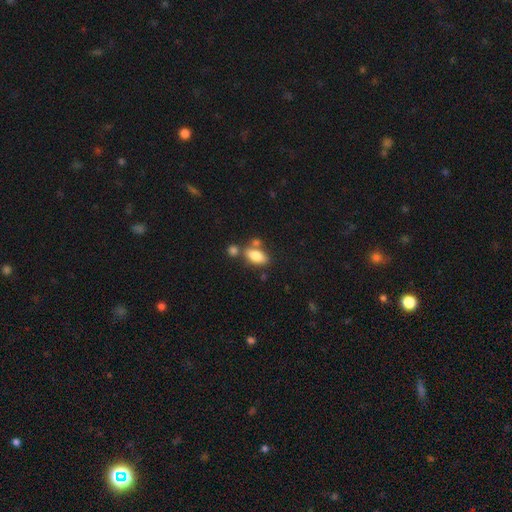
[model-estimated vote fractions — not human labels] Smooth or featured: smooth — 81% (featured or disk — 11%)
How rounded: in between — 86% (cigar-shaped — 9%)
Merging: none — 58% (merger — 24%)